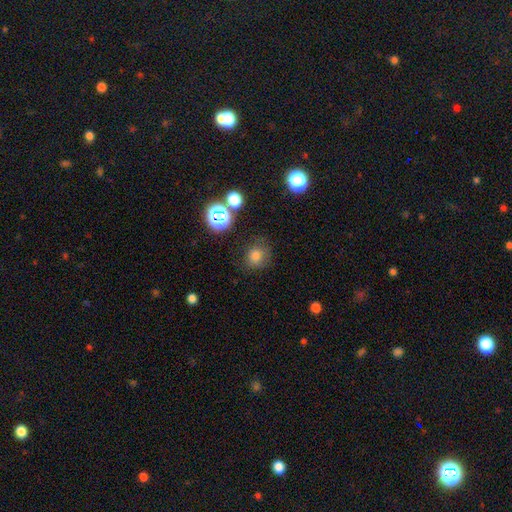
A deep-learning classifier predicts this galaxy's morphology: smooth 75%, star or artifact 17%, featured or disk 7%. Down the decision tree: how rounded — round (83%); merging — none (75%).